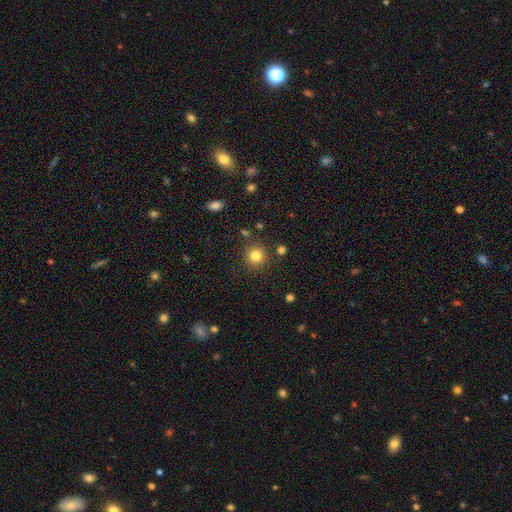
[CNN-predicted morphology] smooth_or_featured: smooth (p=0.82) [alt: star or artifact p=0.12]
how_rounded: round (p=0.92) [alt: in between p=0.08]
merging: none (p=0.85) [alt: minor disturbance p=0.08]